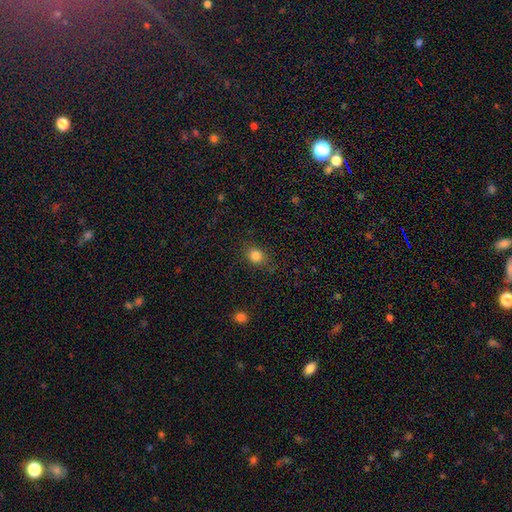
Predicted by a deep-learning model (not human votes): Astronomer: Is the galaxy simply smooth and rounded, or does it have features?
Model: smooth — 83%.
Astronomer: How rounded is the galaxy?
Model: round — 61% (runner-up: in between, 38%).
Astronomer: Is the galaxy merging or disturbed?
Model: none — 80%.